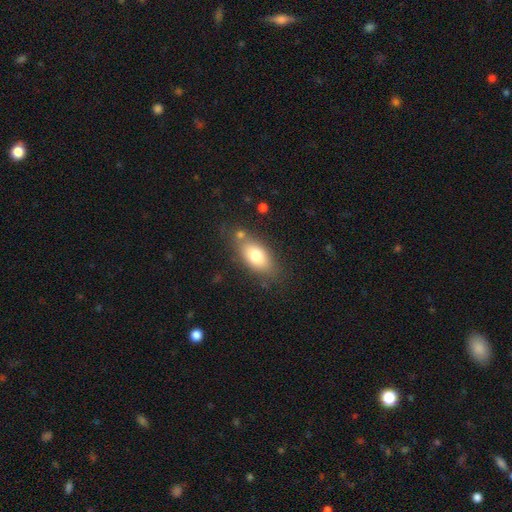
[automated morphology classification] A smooth galaxy with no disk features (76%) that is in between round and cigar-shaped (87%). Merging: none (70%).